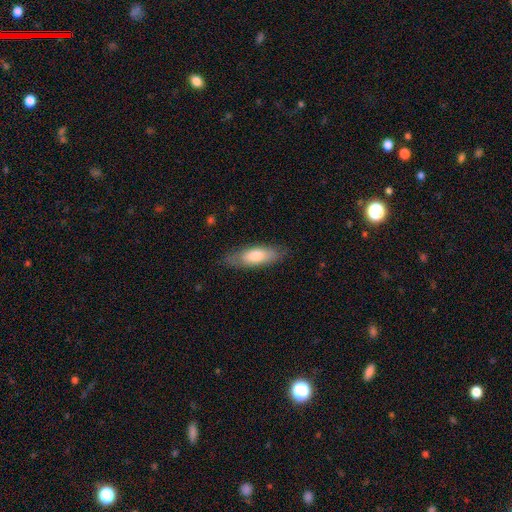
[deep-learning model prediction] Q: Smooth or featured?
A: smooth (70%); runner-up: featured or disk (25%)
Q: How rounded?
A: in between (59%); runner-up: cigar-shaped (39%)
Q: Merging?
A: none (79%); runner-up: minor disturbance (16%)